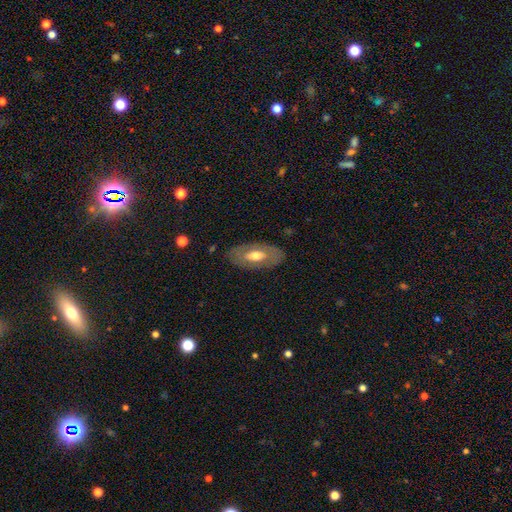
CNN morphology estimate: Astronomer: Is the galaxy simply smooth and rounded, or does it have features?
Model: smooth — 48% (runner-up: featured or disk, 46%).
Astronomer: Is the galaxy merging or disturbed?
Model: none — 81%.